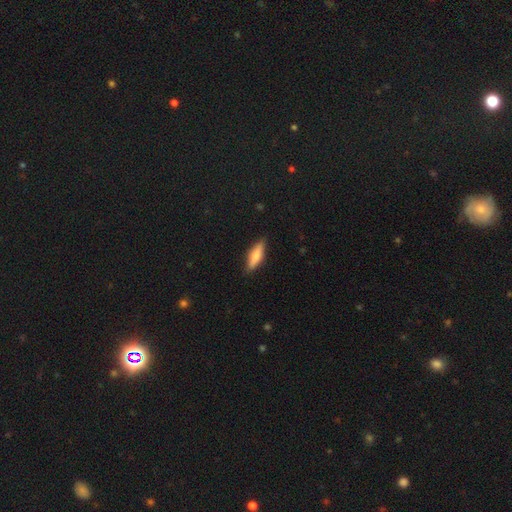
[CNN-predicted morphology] Smooth or featured?
  - smooth: 60% *
  - featured or disk: 34%
  - star or artifact: 6%
How rounded?
  - cigar-shaped: 61% *
  - in between: 37%
  - round: 2%
Merging?
  - none: 85% *
  - minor disturbance: 11%
  - major disturbance: 2%
  - merger: 1%